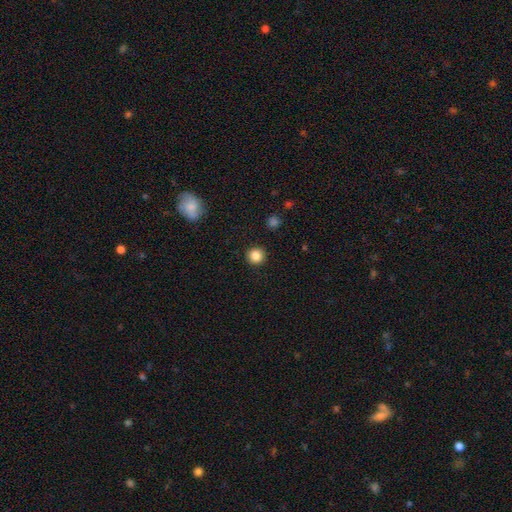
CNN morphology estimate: A smooth galaxy with no disk features (86%) that is round (94%).

Vote fractions:
- Smooth or featured? smooth: 86% / star or artifact: 10% / featured or disk: 4%
- How rounded? round: 94% / in between: 5% / cigar-shaped: 1%
- Merging? none: 92% / minor disturbance: 5% / major disturbance: 2% / merger: 1%